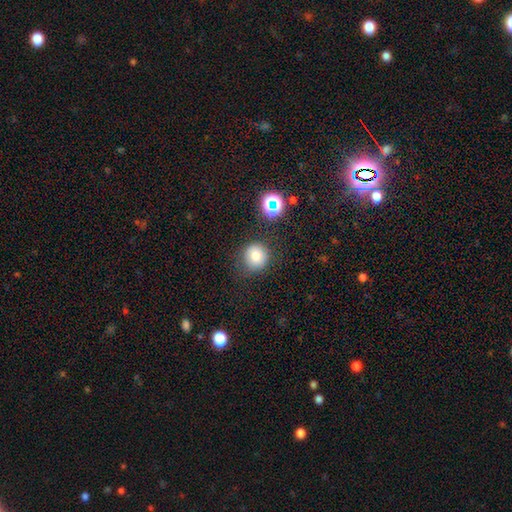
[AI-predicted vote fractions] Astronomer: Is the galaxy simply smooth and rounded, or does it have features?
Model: smooth — 74%.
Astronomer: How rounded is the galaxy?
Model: round — 91%.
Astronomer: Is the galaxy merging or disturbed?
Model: none — 80%.